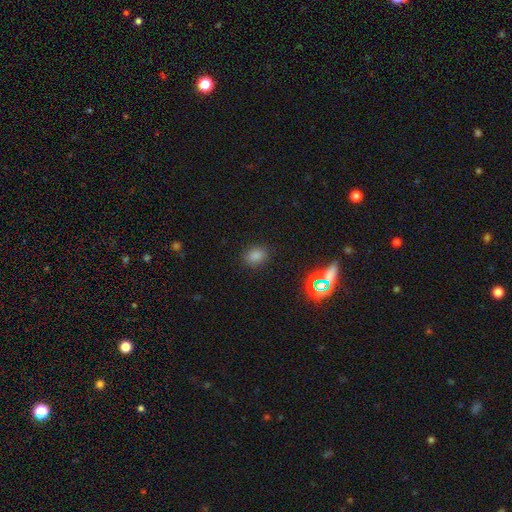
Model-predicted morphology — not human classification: Q: Smooth or featured?
A: smooth (78%); runner-up: star or artifact (18%)
Q: How rounded?
A: in between (60%); runner-up: round (39%)
Q: Merging?
A: none (85%); runner-up: minor disturbance (10%)